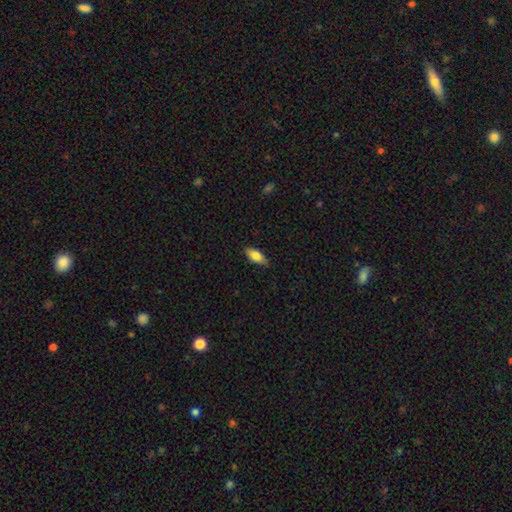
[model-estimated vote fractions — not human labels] A smooth galaxy with no disk features (72%) that is in between round and cigar-shaped (77%). Merging: none (82%).